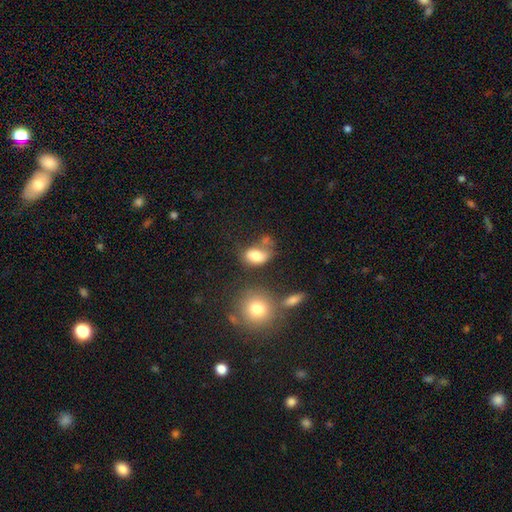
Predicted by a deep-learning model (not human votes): smooth 77%, featured or disk 13%, star or artifact 10%. Down the decision tree: how rounded — in between (80%); merging — none (41%).